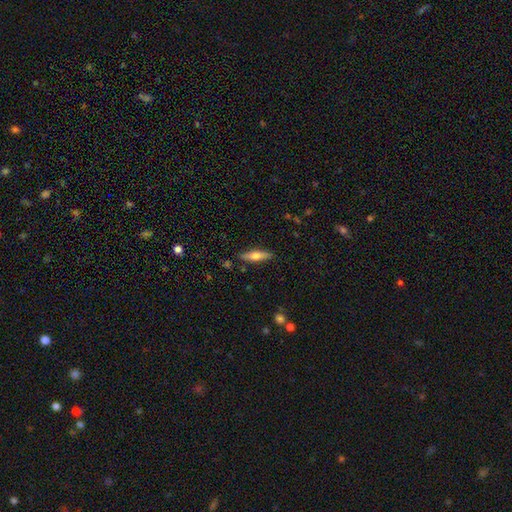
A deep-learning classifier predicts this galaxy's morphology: Smooth or featured: smooth — 51% (featured or disk — 43%)
How rounded: cigar-shaped — 64% (in between — 34%)
Merging: none — 86% (minor disturbance — 10%)